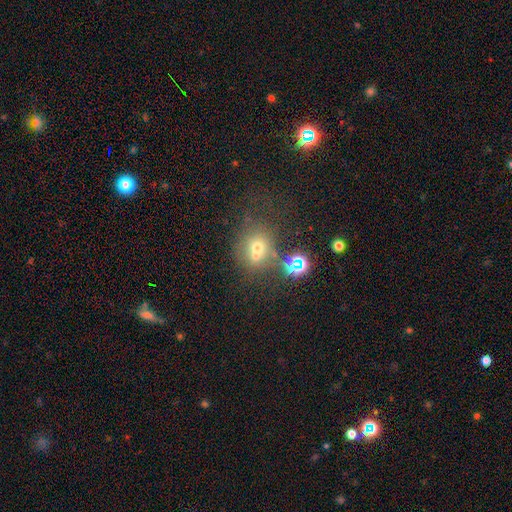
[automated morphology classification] Smooth or featured? smooth (56%)
How rounded? round (79%)
Merging? none (45%)